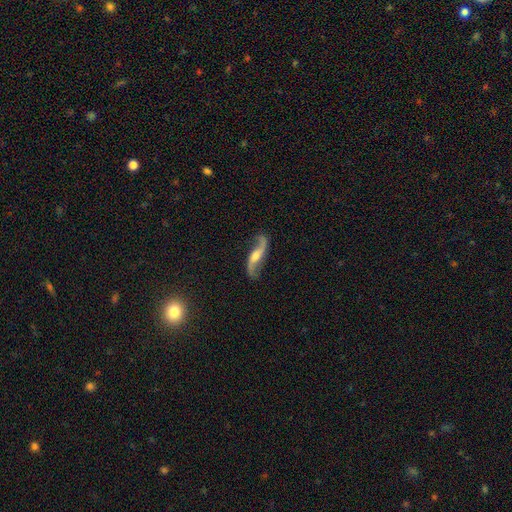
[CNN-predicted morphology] type=featured or disk (87%); edge-on=no (90%); bar=no (46%); spiral arms=yes (96%); winding=loose (87%); arm count=2 (94%); bulge=moderate (53%); merging=none (79%).